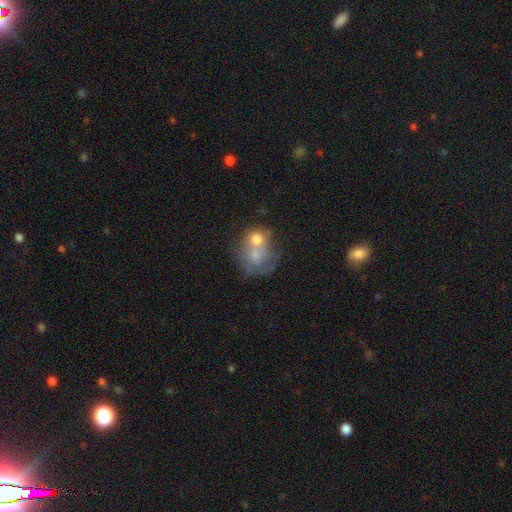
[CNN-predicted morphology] Q: Smooth or featured?
A: smooth (62%); runner-up: featured or disk (28%)
Q: How rounded?
A: round (61%); runner-up: in between (38%)
Q: Merging?
A: merger (59%); runner-up: none (20%)